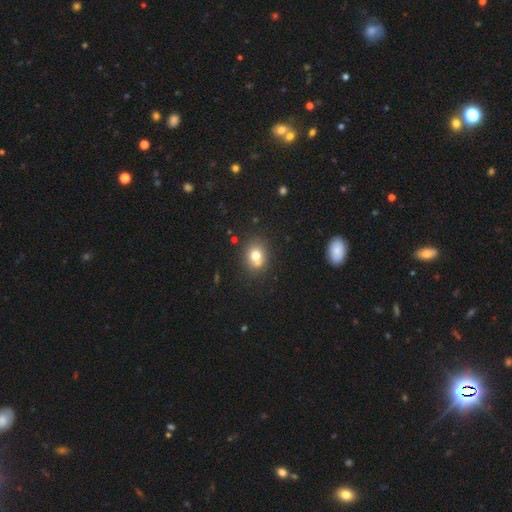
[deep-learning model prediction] Smooth or featured?
  - smooth: 73% *
  - featured or disk: 14%
  - star or artifact: 13%
How rounded?
  - round: 63% *
  - in between: 36%
  - cigar-shaped: 1%
Merging?
  - none: 66% *
  - merger: 17%
  - minor disturbance: 13%
  - major disturbance: 4%